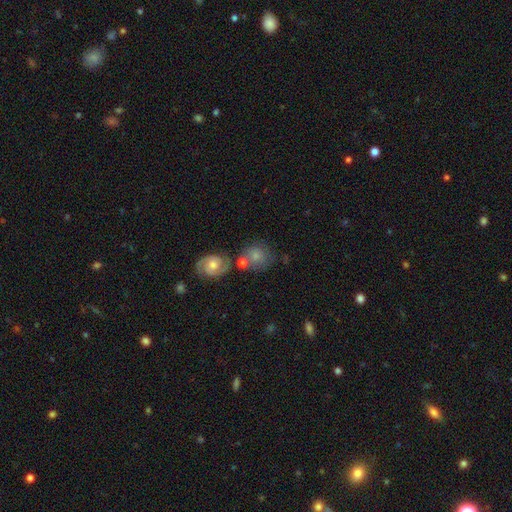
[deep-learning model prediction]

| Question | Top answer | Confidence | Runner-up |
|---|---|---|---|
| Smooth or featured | smooth | 63% | featured or disk (28%) |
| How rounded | round | 72% | in between (27%) |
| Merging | none | 49% | merger (30%) |